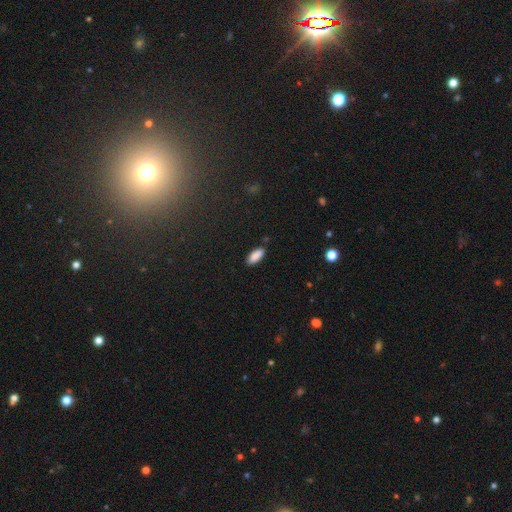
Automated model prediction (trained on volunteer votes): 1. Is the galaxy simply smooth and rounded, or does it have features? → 88% smooth, 7% star or artifact, 5% featured or disk.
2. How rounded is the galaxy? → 78% in between, 21% cigar-shaped, 2% round.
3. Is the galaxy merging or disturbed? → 85% none, 11% minor disturbance, 2% major disturbance, 2% merger.